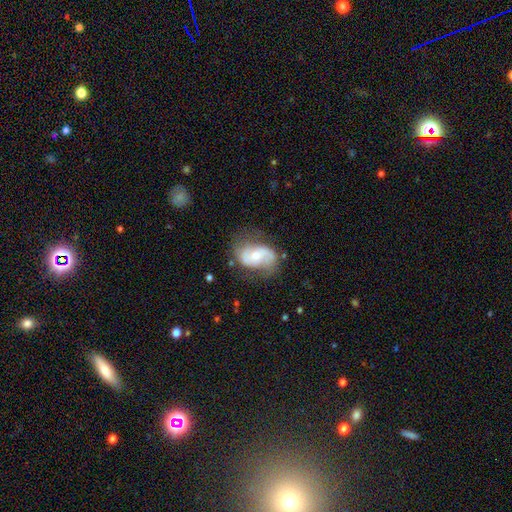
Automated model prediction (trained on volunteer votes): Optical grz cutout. It shows a featured or disk galaxy (72%) with no bar (52%), 2 (85%) loose (46%) spiral arms (88%) and a moderate central bulge (50%). Merging: none (61%).